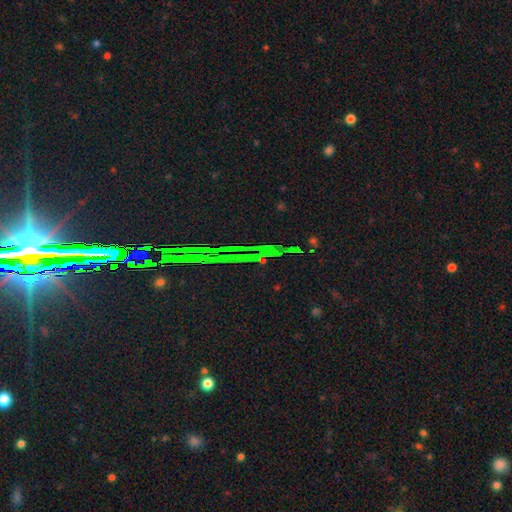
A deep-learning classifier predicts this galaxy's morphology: This is clearly a star or artifact rather than a galaxy (84%).